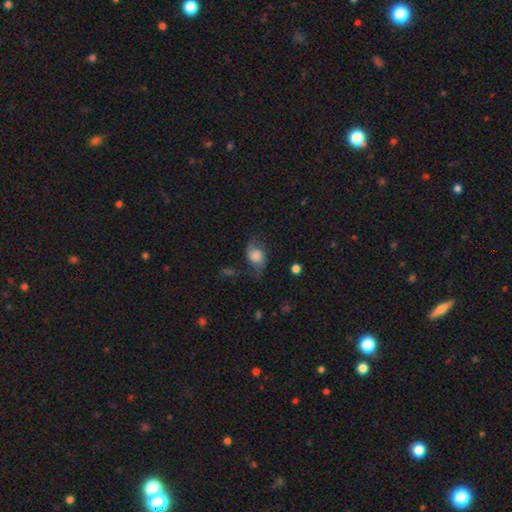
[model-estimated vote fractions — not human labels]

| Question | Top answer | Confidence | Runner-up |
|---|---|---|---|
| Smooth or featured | smooth | 48% | featured or disk (42%) |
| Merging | none | 51% | minor disturbance (25%) |